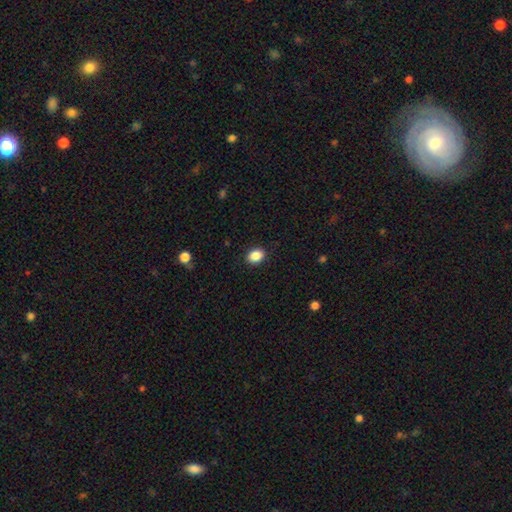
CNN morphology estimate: Q: Smooth or featured?
A: smooth (88%); runner-up: star or artifact (9%)
Q: How rounded?
A: in between (57%); runner-up: round (42%)
Q: Merging?
A: none (90%); runner-up: minor disturbance (7%)